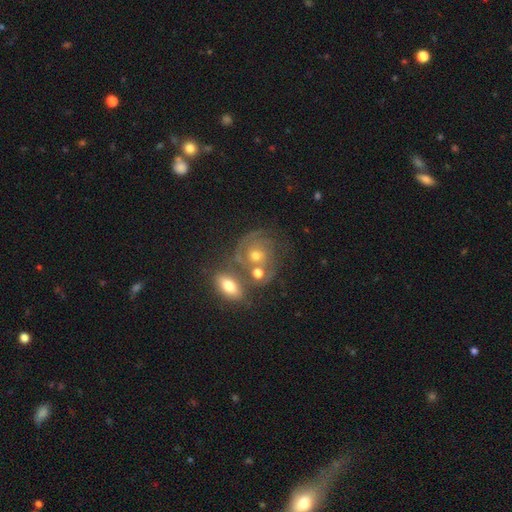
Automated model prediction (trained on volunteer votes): A featured or disk galaxy (69%) with no bar (80%), tight (67%) spiral arms (83%) and a moderate central bulge (54%).

Vote fractions:
- Smooth or featured? featured or disk: 69% / smooth: 19% / star or artifact: 11%
- Edge-on disk? no: 96% / yes: 4%
- Bar? no: 80% / weak: 16% / strong: 4%
- Spiral arms? yes: 83% / no: 17%
- Spiral winding? tight: 67% / medium: 26% / loose: 7%
- Spiral arm count? can't tell: 39% / 2: 33% / 3: 14% / 1: 6% / 4: 4% / more than 4: 4%
- Bulge size? moderate: 54% / small: 39% / large: 4% / none: 3% / dominant: 1%
- Merging? none: 48% / merger: 29% / minor disturbance: 15% / major disturbance: 8%